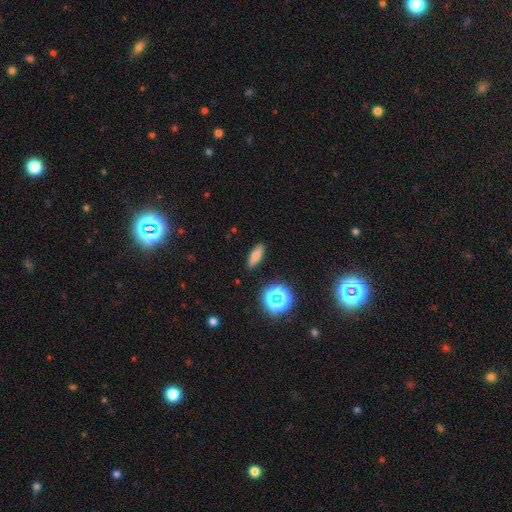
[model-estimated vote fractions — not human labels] A smooth galaxy with no disk features (72%) that is in between round and cigar-shaped (58%). Merging: none (88%).